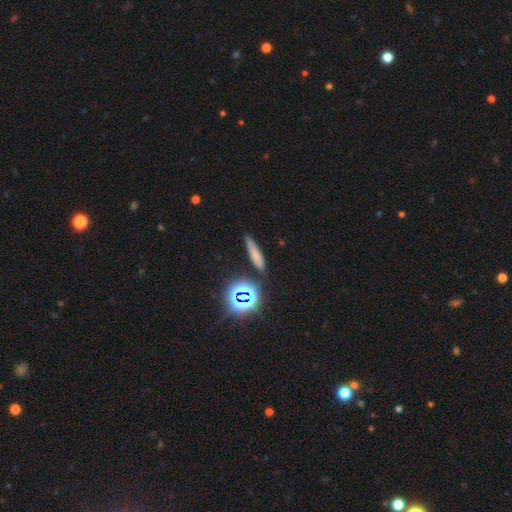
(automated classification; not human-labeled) Smooth or featured? smooth (65%)
How rounded? cigar-shaped (81%)
Merging? none (81%)